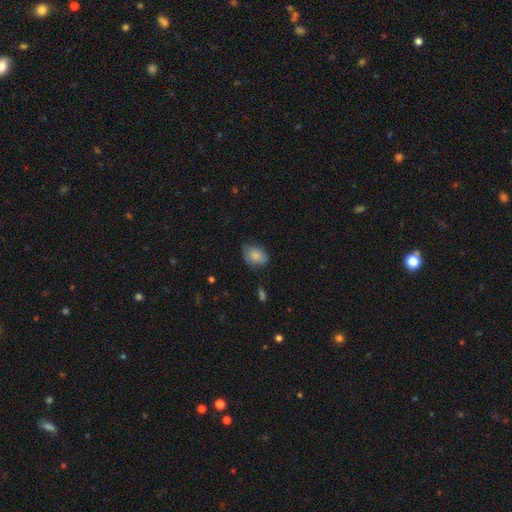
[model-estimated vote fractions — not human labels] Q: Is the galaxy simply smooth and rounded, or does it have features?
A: smooth — 81%.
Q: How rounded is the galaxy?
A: in between — 74%.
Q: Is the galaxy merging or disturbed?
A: none — 60%.